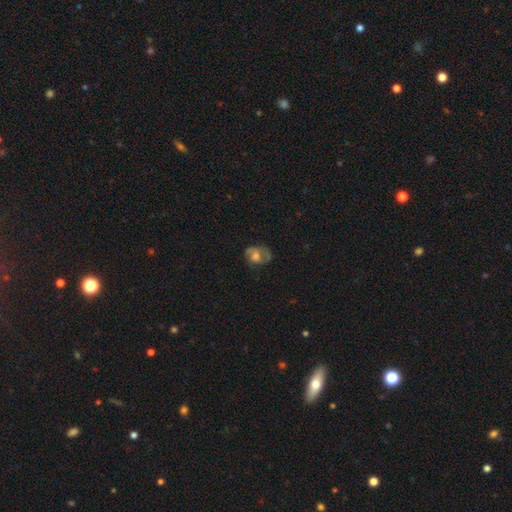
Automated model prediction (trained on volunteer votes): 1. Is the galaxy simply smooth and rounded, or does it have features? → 48% smooth, 42% featured or disk, 10% star or artifact.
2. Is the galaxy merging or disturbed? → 52% none, 28% minor disturbance, 18% major disturbance, 2% merger.